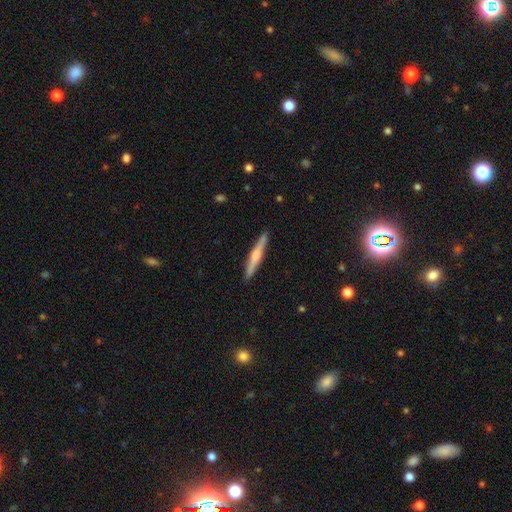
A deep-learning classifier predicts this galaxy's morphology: Smooth or featured? Predicted: featured or disk (p=0.59). Edge-on disk? Predicted: yes (p=0.97). Edge-on bulge? Predicted: rounded (p=0.75). Merging? Predicted: none (p=0.90).